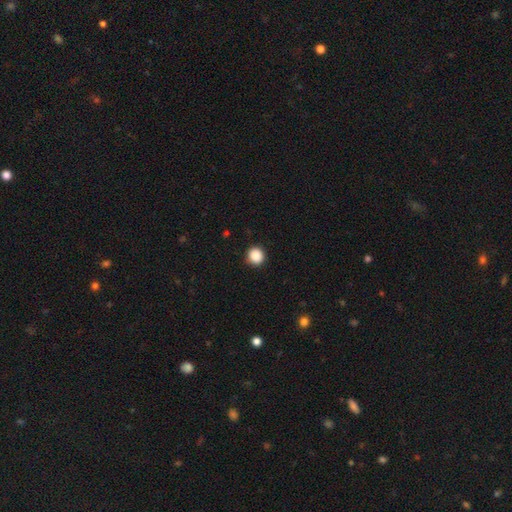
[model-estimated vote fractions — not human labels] Overall: smooth (88%). How rounded: round (91%). Merging: none (90%).